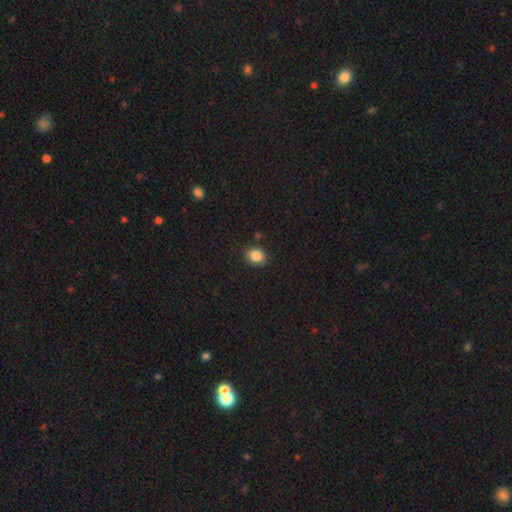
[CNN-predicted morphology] This is clearly a smooth galaxy (86%). How rounded: possibly round (59%). Merging: clearly none (87%).